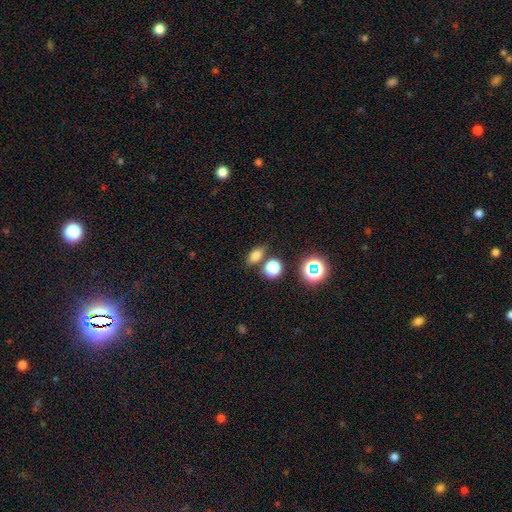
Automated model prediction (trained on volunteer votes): smooth 75%, star or artifact 17%, featured or disk 8%. Down the decision tree: how rounded — in between (72%); merging — none (72%).